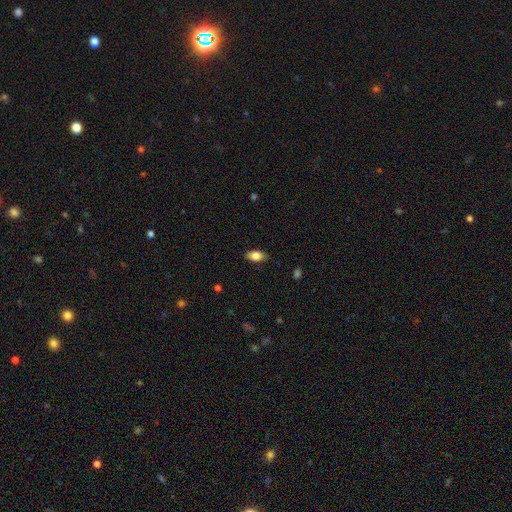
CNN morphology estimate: The model was most divided on "smooth or featured": smooth: 79%, featured or disk: 14%, star or artifact: 7%. More confident: how rounded — in between (88%); merging — none (84%).